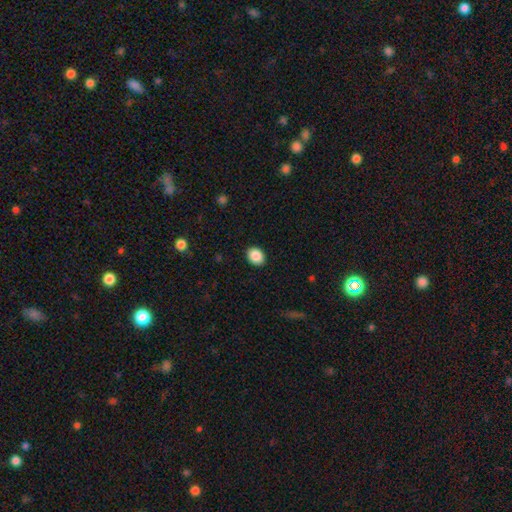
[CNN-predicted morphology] The model was most divided on "how rounded": in between: 57%, round: 42%, cigar-shaped: 1%. More confident: merging — none (91%); smooth or featured — smooth (89%).